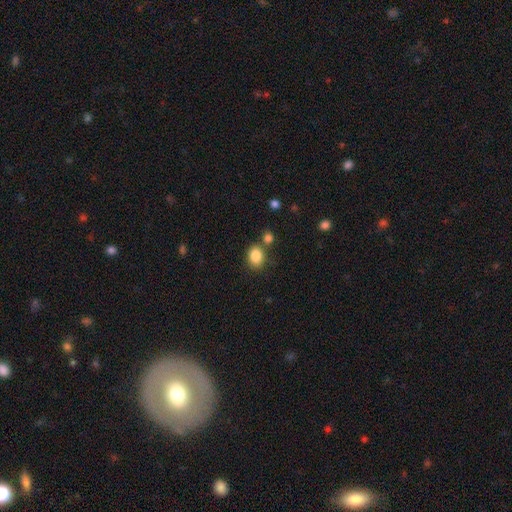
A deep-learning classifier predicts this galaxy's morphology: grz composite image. It shows a smooth galaxy with no disk features (86%) that is in between round and cigar-shaped (57%). Merging: none (68%).